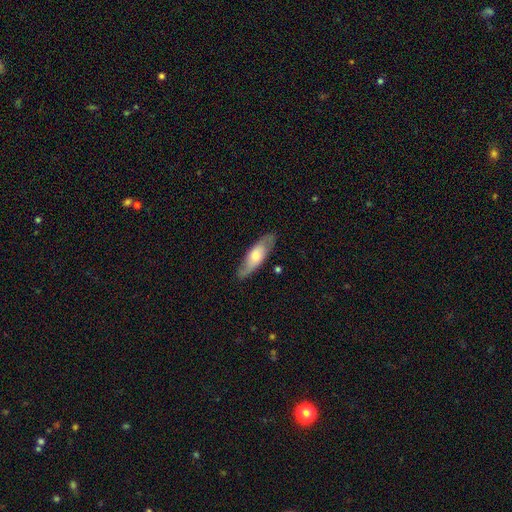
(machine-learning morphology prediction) smooth_or_featured: smooth (p=0.51) [alt: featured or disk p=0.43]
how_rounded: in between (p=0.52) [alt: cigar-shaped p=0.45]
merging: none (p=0.83) [alt: minor disturbance p=0.13]